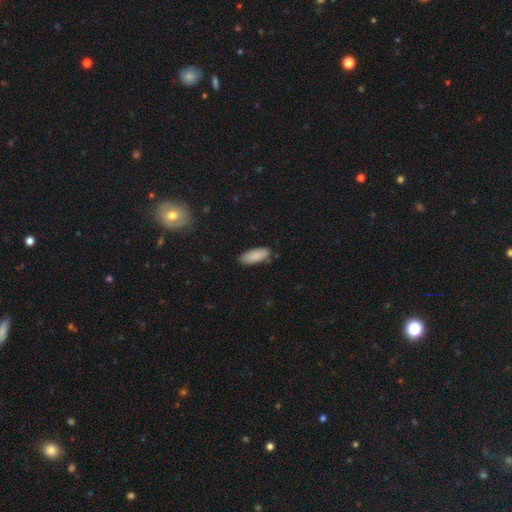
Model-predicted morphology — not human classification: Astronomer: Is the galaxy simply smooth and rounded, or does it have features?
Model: smooth — 87%.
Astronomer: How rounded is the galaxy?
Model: in between — 80%.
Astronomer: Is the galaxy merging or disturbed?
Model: none — 83%.